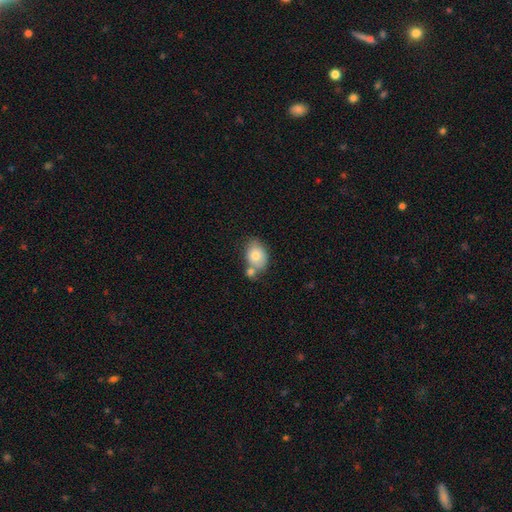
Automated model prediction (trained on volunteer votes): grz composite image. It shows a smooth galaxy with no disk features (75%) that is in between round and cigar-shaped (72%). Merging: none (46%).